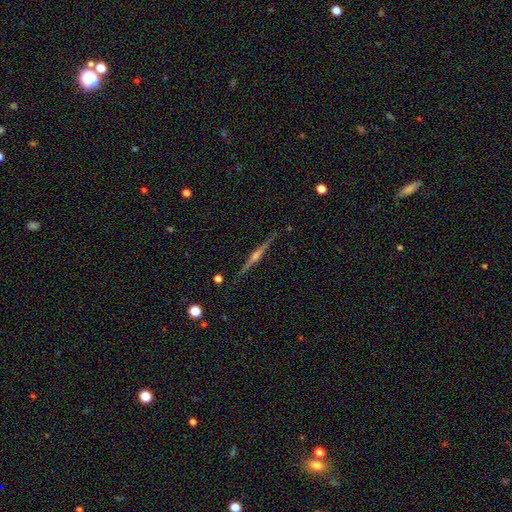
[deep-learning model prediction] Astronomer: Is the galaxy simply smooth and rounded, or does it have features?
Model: featured or disk — 85%.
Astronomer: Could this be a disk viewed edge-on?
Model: yes — 99%.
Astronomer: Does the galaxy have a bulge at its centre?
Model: rounded — 88%.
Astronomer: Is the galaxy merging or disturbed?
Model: none — 91%.